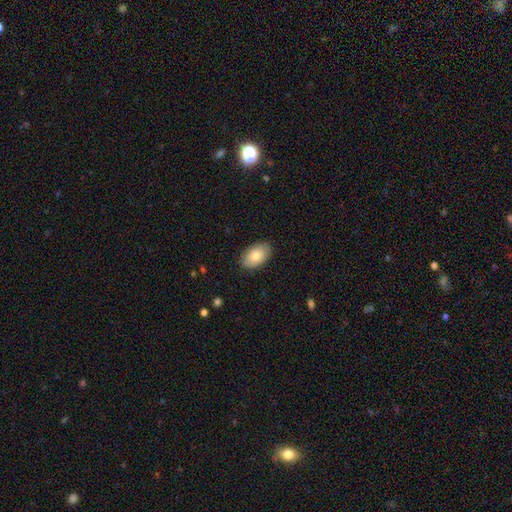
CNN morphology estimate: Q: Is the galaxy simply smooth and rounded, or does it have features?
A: smooth — 80%.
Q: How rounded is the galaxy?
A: in between — 93%.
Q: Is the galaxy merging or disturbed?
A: none — 86%.